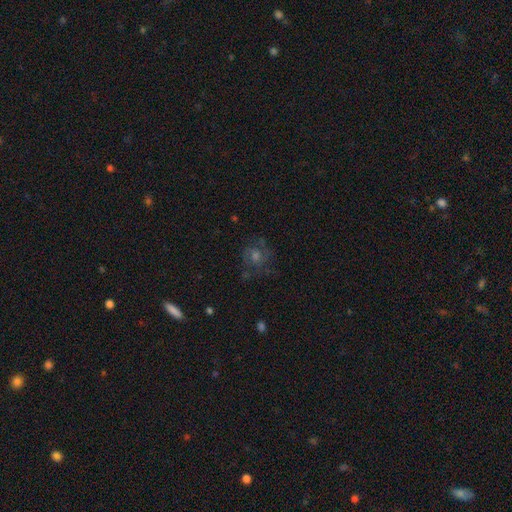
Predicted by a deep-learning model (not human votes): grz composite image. It shows a featured or disk galaxy (52%). Merging: none (71%).